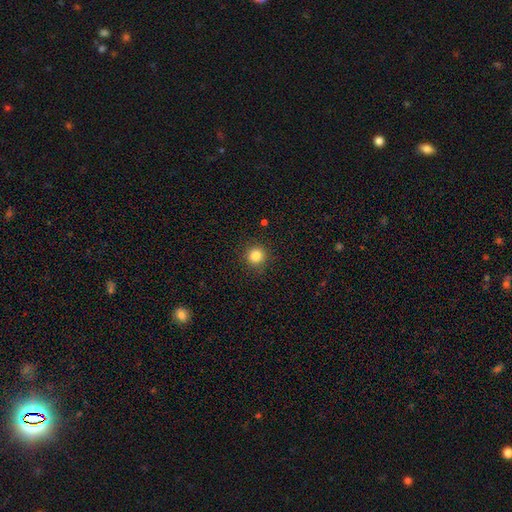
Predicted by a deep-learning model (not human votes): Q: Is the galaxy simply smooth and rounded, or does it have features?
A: smooth — 83%.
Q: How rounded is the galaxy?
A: round — 94%.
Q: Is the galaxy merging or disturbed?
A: none — 91%.